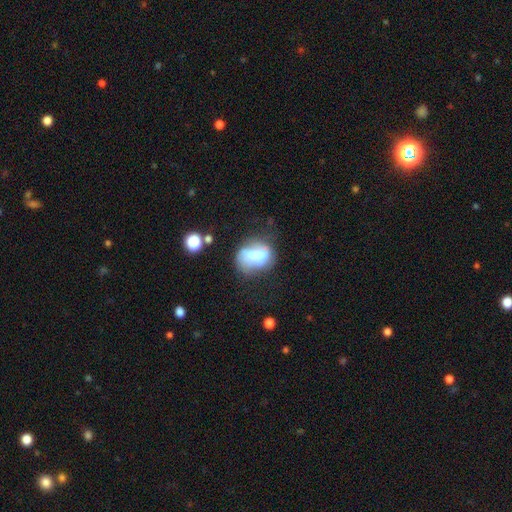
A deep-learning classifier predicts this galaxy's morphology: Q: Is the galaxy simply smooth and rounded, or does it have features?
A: smooth — 51%.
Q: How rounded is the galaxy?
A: in between — 56%.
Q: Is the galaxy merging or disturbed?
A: none — 45%.